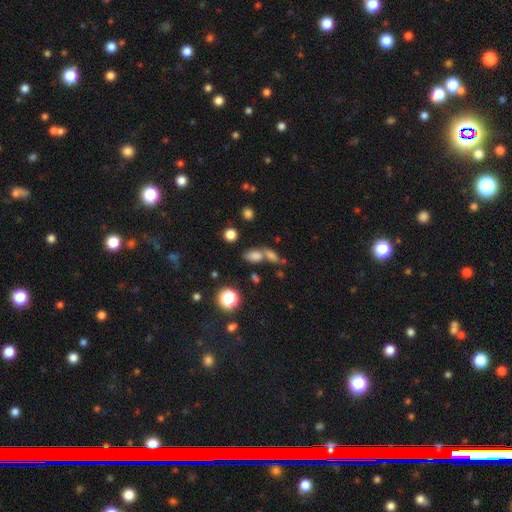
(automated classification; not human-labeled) This appears to be a smooth galaxy with no disk features (74%) that is in between round and cigar-shaped (79%). Merging: merger (50%).